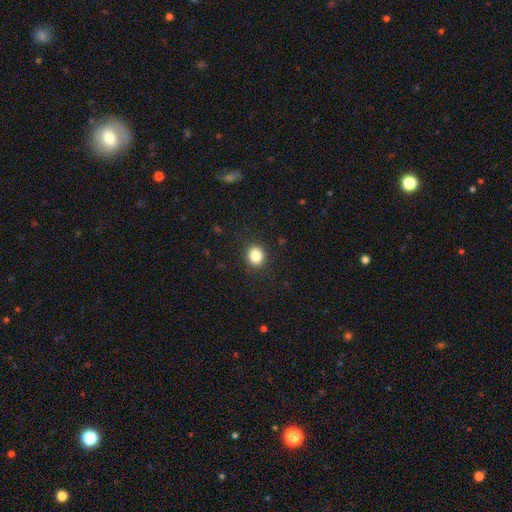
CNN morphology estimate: A smooth galaxy with no disk features (84%) that is round (81%). Merging: none (90%).